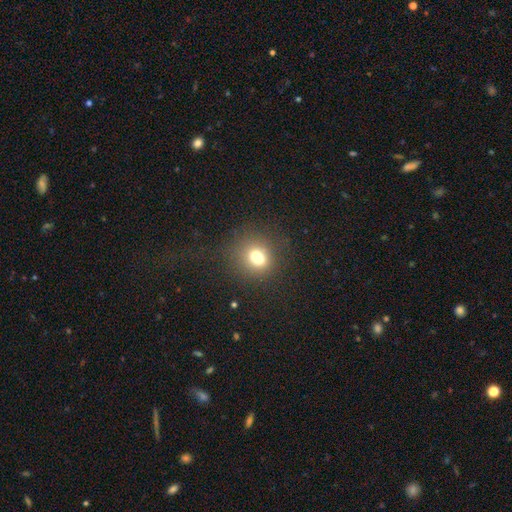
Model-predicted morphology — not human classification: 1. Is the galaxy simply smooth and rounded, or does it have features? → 68% smooth, 18% featured or disk, 14% star or artifact.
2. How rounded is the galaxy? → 75% round, 24% in between, 1% cigar-shaped.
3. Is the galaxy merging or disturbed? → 52% none, 32% merger, 11% minor disturbance, 5% major disturbance.